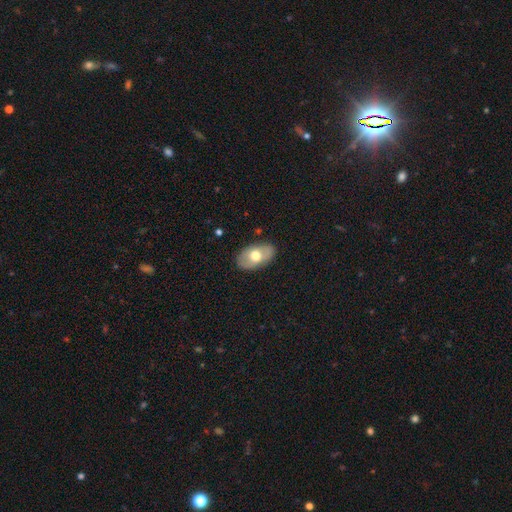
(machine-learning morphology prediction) This is possibly a smooth galaxy (59%). How rounded: clearly in between (91%). Merging: clearly none (84%).